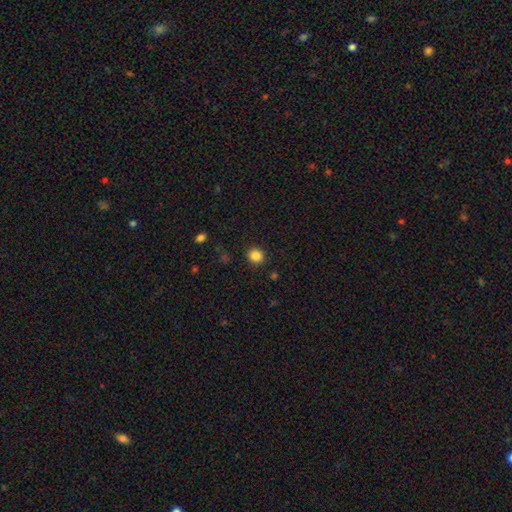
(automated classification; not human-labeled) Smooth or featured? smooth (85%)
How rounded? round (88%)
Merging? none (91%)